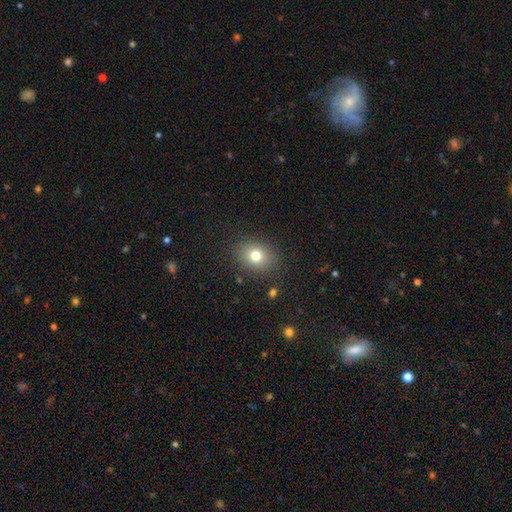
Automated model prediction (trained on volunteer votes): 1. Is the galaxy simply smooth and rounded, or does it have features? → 77% smooth, 13% star or artifact, 11% featured or disk.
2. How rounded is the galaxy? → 50% in between, 49% round, 1% cigar-shaped.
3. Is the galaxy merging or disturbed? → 86% none, 9% minor disturbance, 3% major disturbance, 1% merger.